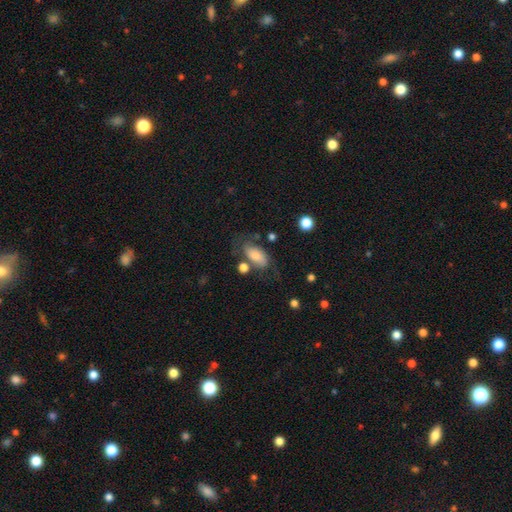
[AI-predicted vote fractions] Smooth or featured?
  - smooth: 64% *
  - featured or disk: 28%
  - star or artifact: 8%
How rounded?
  - in between: 89% *
  - round: 7%
  - cigar-shaped: 4%
Merging?
  - none: 50% *
  - minor disturbance: 23%
  - major disturbance: 16%
  - merger: 11%